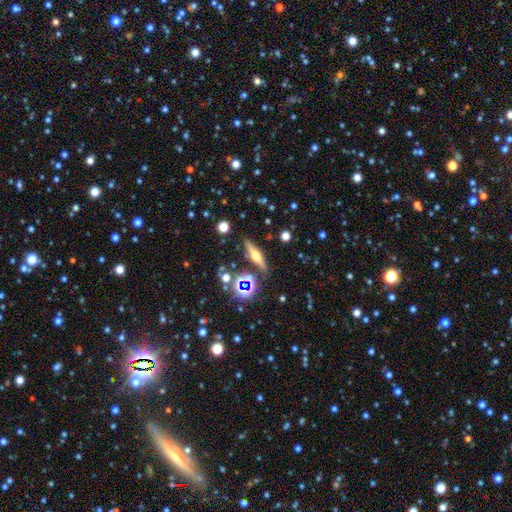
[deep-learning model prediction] A featured or disk galaxy (55%) viewed edge-on (92%) with a rounded central bulge (91%). Merging: none (83%).